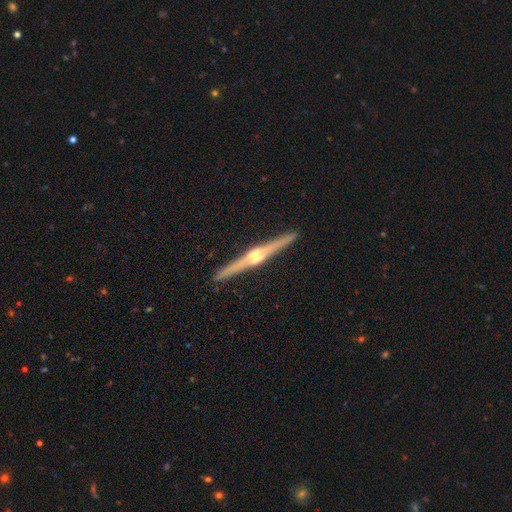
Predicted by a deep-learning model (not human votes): Q: Smooth or featured?
A: featured or disk (86%); runner-up: smooth (9%)
Q: Edge-on disk?
A: yes (99%); runner-up: no (1%)
Q: Edge-on bulge?
A: rounded (93%); runner-up: boxy (5%)
Q: Merging?
A: none (93%); runner-up: minor disturbance (5%)